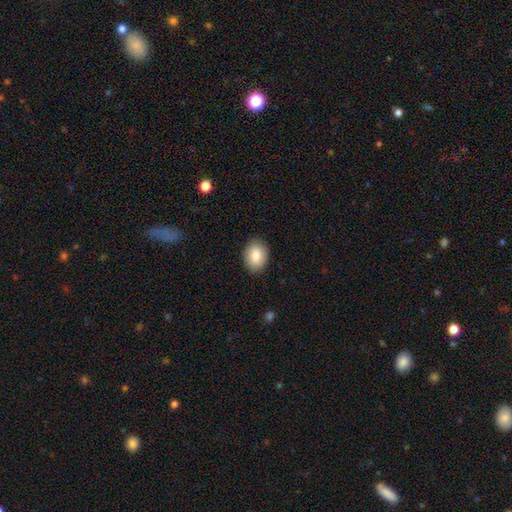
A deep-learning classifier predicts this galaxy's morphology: This is clearly a smooth galaxy (85%). How rounded: likely in between (72%). Merging: clearly none (88%).